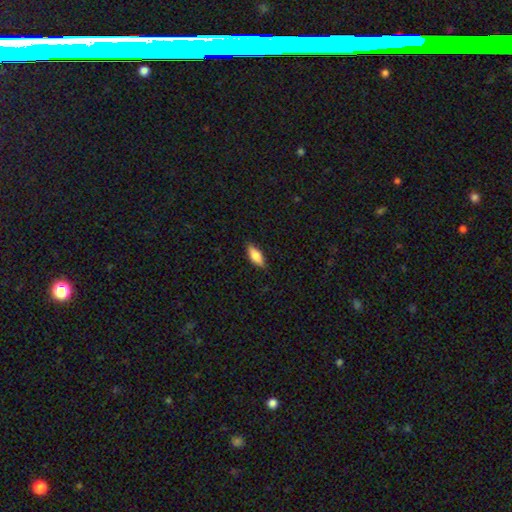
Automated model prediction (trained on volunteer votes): This is likely a smooth galaxy (79%). How rounded: likely in between (75%). Merging: clearly none (84%).